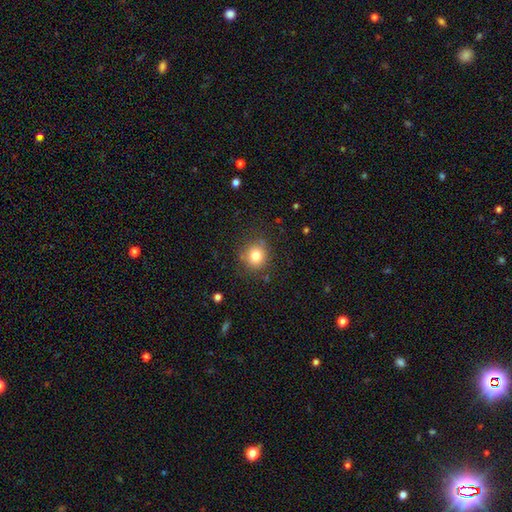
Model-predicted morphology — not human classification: smooth 80%, star or artifact 12%, featured or disk 8%. Down the decision tree: how rounded — round (86%); merging — none (82%).